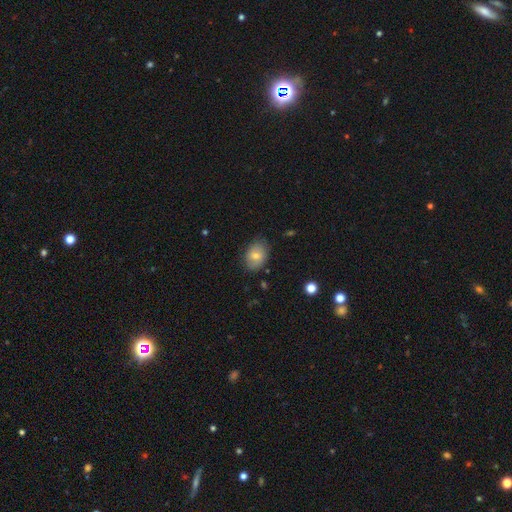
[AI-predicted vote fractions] Overall: smooth (68%). How rounded: in between (74%). Merging: none (78%).